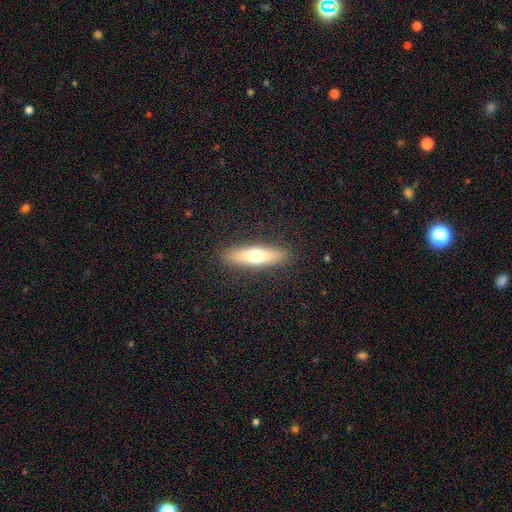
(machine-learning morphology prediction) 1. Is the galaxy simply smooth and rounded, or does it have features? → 53% smooth, 40% featured or disk, 7% star or artifact.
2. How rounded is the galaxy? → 69% cigar-shaped, 29% in between, 3% round.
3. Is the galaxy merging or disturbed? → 90% none, 7% minor disturbance, 2% major disturbance, 1% merger.